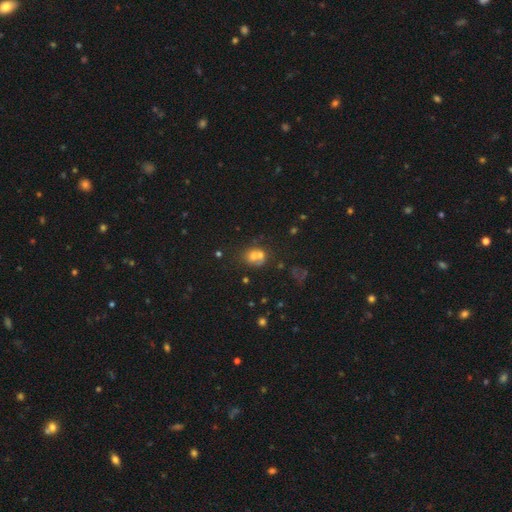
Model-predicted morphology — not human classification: smooth-or-featured: smooth: 58% | featured or disk: 25% | star or artifact: 17%
  how-rounded: round: 62% | in between: 37% | cigar-shaped: 1%
  merging: merger: 55% | none: 28% | minor disturbance: 9% | major disturbance: 7%